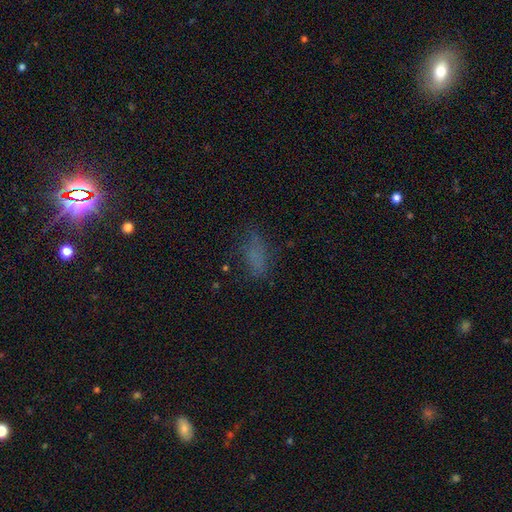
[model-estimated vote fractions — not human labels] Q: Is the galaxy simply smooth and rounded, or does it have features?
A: smooth — 63%.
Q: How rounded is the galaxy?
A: in between — 76%.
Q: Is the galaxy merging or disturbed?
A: none — 55%.